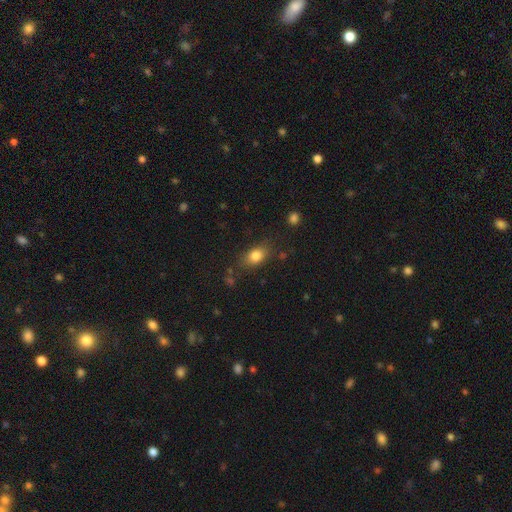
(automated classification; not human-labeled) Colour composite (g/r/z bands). It shows a smooth galaxy with no disk features (82%) that is in between round and cigar-shaped (76%). Merging: none (75%).